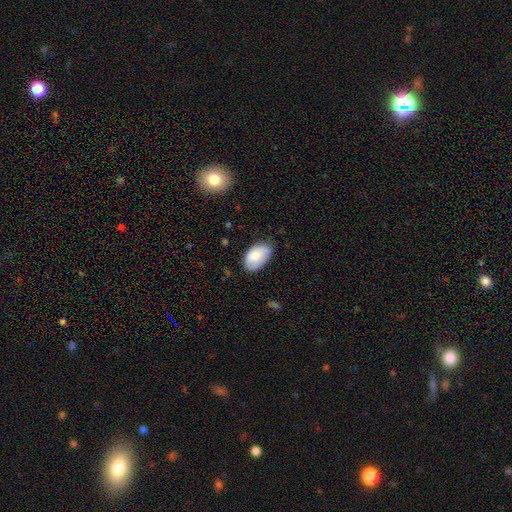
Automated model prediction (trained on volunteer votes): smooth_or_featured: smooth (p=0.80) [alt: featured or disk p=0.14]
how_rounded: in between (p=0.94) [alt: round p=0.05]
merging: none (p=0.70) [alt: minor disturbance p=0.24]